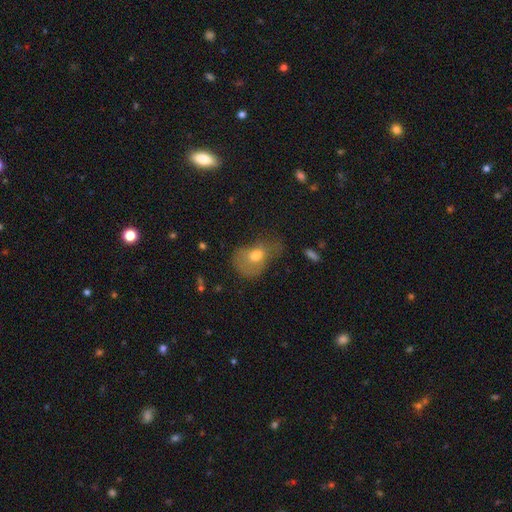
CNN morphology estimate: This appears to be a smooth galaxy with no disk features (65%) that is in between round and cigar-shaped (68%). Merging: major disturbance (43%).